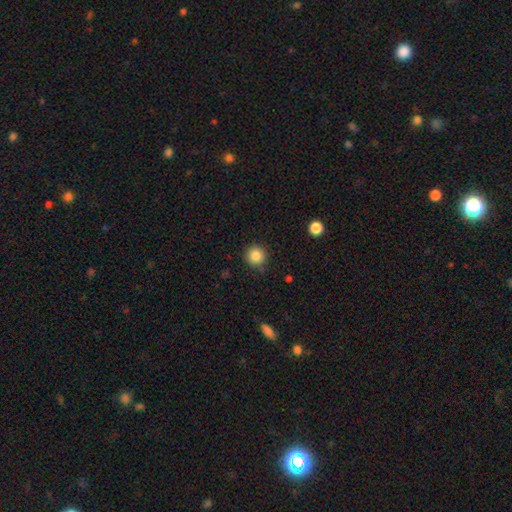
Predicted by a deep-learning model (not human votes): The model was most divided on "smooth or featured": smooth: 85%, star or artifact: 10%, featured or disk: 5%. More confident: how rounded — round (94%); merging — none (87%).